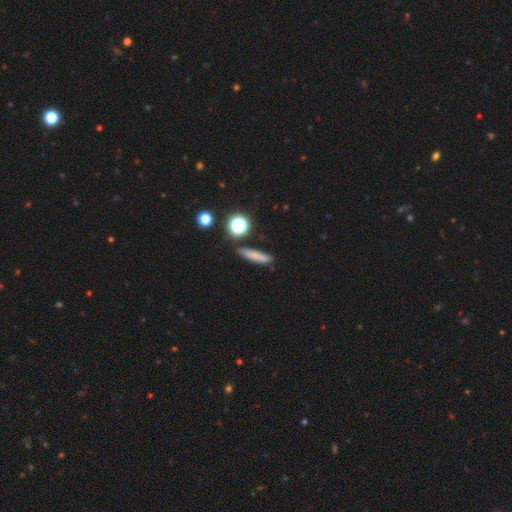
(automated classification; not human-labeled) smooth_or_featured: smooth (p=0.74) [alt: star or artifact p=0.13]
how_rounded: cigar-shaped (p=0.75) [alt: in between p=0.17]
merging: none (p=0.84) [alt: minor disturbance p=0.10]